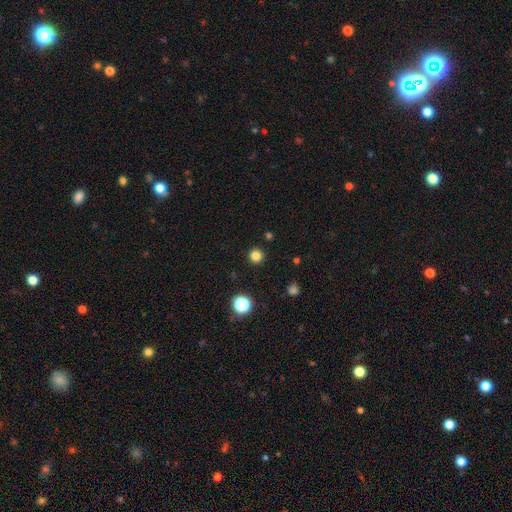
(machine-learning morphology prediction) smooth_or_featured: smooth (p=0.82) [alt: star or artifact p=0.15]
how_rounded: round (p=0.96) [alt: in between p=0.03]
merging: none (p=0.92) [alt: minor disturbance p=0.05]